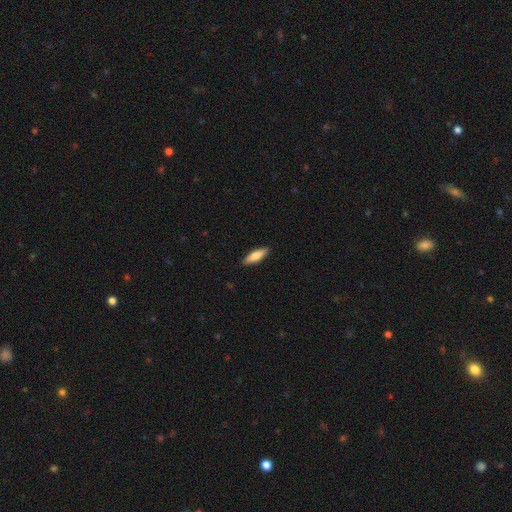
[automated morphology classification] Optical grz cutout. It shows a smooth galaxy with no disk features (75%) that is in between round and cigar-shaped (50%). Merging: none (89%).